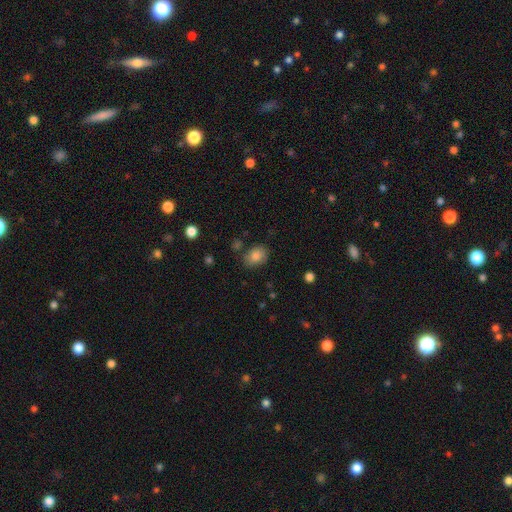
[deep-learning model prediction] Smooth or featured? Predicted: smooth (p=0.83). How rounded? Predicted: in between (p=0.64). Merging? Predicted: none (p=0.75).